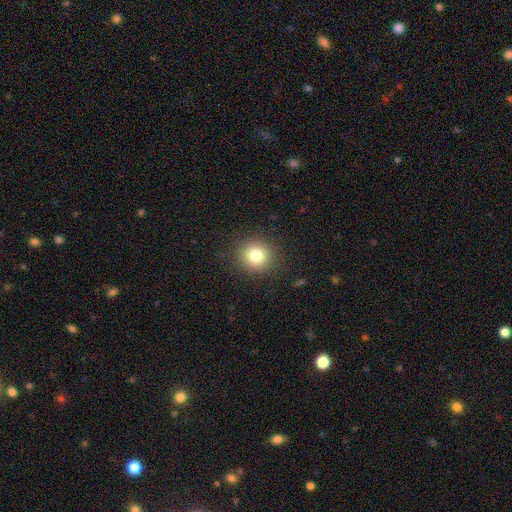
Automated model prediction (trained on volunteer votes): smooth 80%, star or artifact 12%, featured or disk 8%. Down the decision tree: how rounded — round (92%); merging — none (90%).